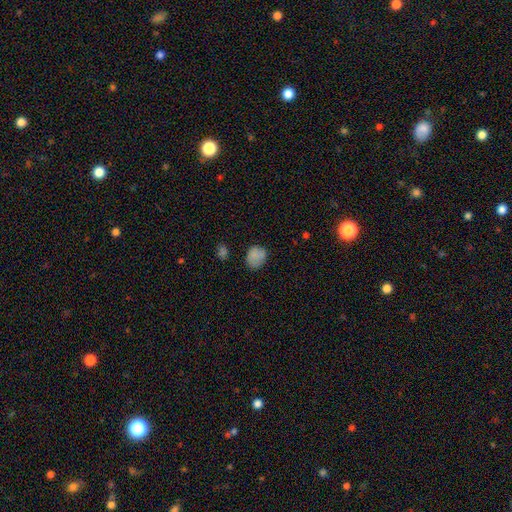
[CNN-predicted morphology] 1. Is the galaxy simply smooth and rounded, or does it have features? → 83% smooth, 11% star or artifact, 6% featured or disk.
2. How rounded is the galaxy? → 59% round, 40% in between, 1% cigar-shaped.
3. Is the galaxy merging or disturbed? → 71% none, 22% minor disturbance, 5% major disturbance, 2% merger.